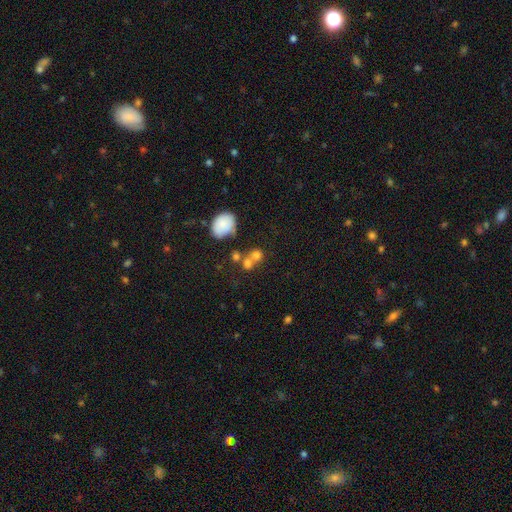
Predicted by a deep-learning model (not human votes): Smooth or featured: smooth — 70% (star or artifact — 15%)
How rounded: round — 73% (in between — 26%)
Merging: merger — 49% (none — 37%)